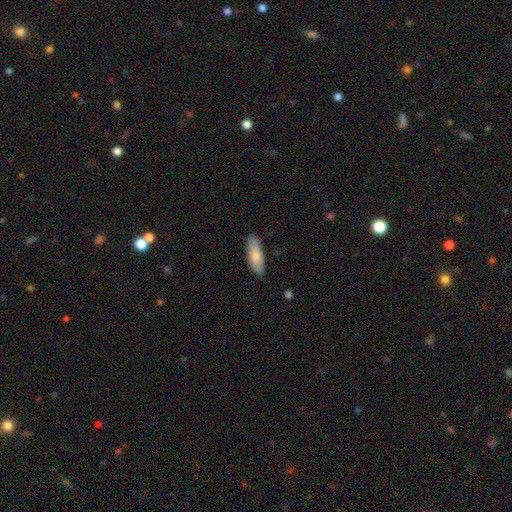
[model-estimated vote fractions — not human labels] Smooth or featured: smooth — 80% (featured or disk — 14%)
How rounded: in between — 68% (cigar-shaped — 30%)
Merging: none — 85% (minor disturbance — 12%)